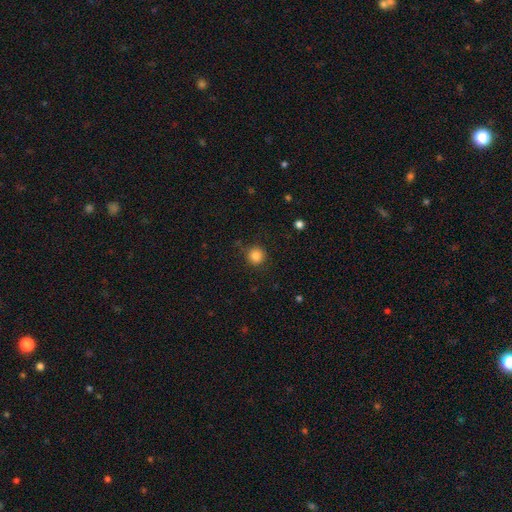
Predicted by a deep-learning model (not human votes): Overall: smooth (85%). How rounded: round (93%). Merging: none (87%).